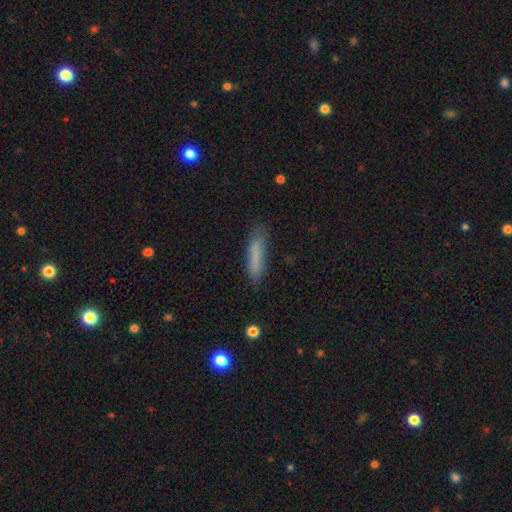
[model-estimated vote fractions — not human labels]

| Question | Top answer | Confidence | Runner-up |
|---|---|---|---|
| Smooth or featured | smooth | 77% | featured or disk (15%) |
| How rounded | cigar-shaped | 83% | in between (15%) |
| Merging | none | 79% | minor disturbance (16%) |